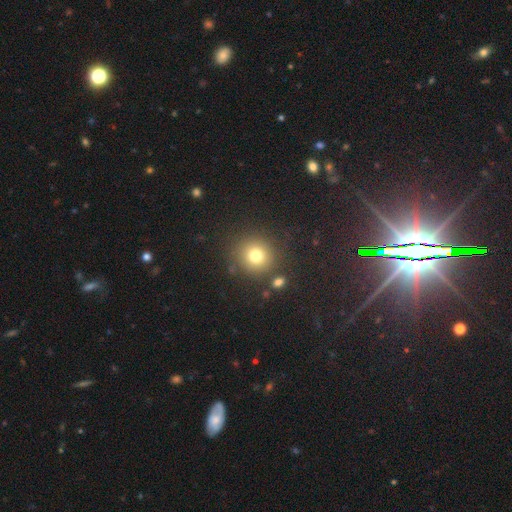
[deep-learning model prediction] Smooth or featured? Predicted: smooth (p=0.76). How rounded? Predicted: round (p=0.91). Merging? Predicted: none (p=0.84).